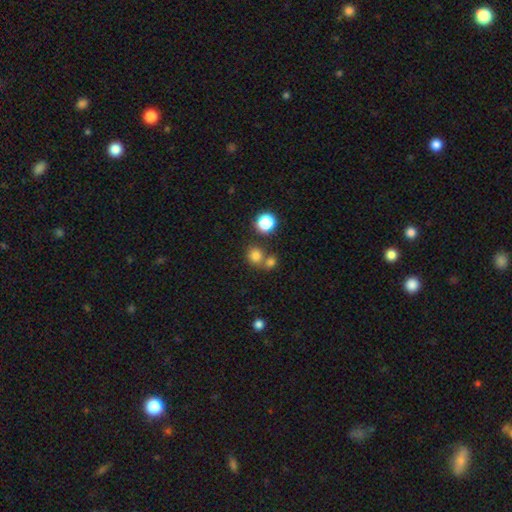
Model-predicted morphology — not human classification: A smooth galaxy with no disk features (77%) that is round (83%).

Vote fractions:
- Smooth or featured? smooth: 77% / star or artifact: 16% / featured or disk: 6%
- How rounded? round: 83% / in between: 16% / cigar-shaped: 1%
- Merging? none: 59% / merger: 30% / minor disturbance: 8% / major disturbance: 3%